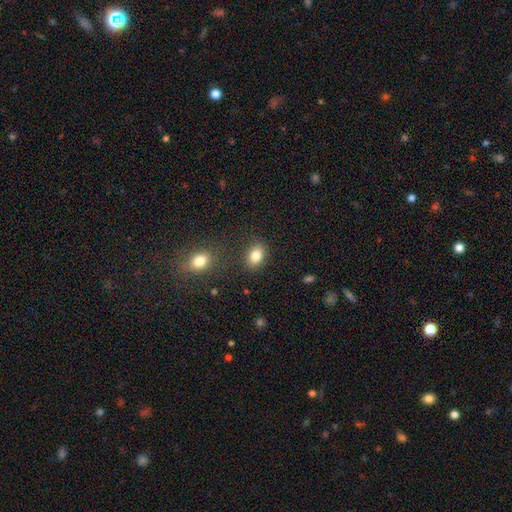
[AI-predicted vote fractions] Q: Smooth or featured?
A: smooth (82%); runner-up: star or artifact (10%)
Q: How rounded?
A: in between (80%); runner-up: round (19%)
Q: Merging?
A: none (81%); runner-up: minor disturbance (11%)